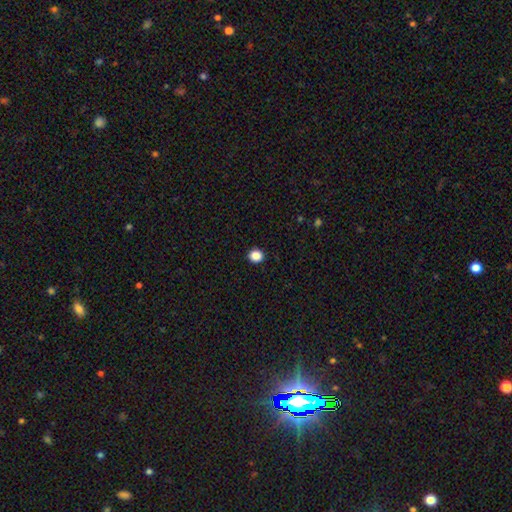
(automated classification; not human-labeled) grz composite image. It shows a smooth galaxy with no disk features (87%) that is round (86%). Merging: none (93%).